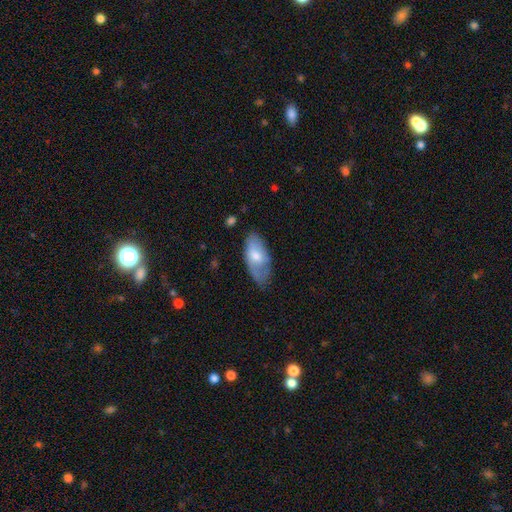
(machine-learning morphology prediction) A smooth galaxy with no disk features (64%) that is in between round and cigar-shaped (90%).

Vote fractions:
- Smooth or featured? smooth: 64% / featured or disk: 30% / star or artifact: 6%
- How rounded? in between: 90% / cigar-shaped: 8% / round: 3%
- Merging? none: 55% / minor disturbance: 32% / major disturbance: 10% / merger: 2%